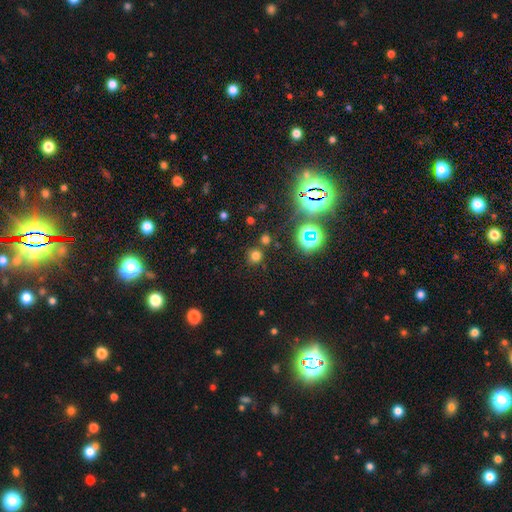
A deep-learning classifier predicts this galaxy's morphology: This is likely a smooth galaxy (66%). How rounded: clearly round (92%). Merging: clearly none (82%).